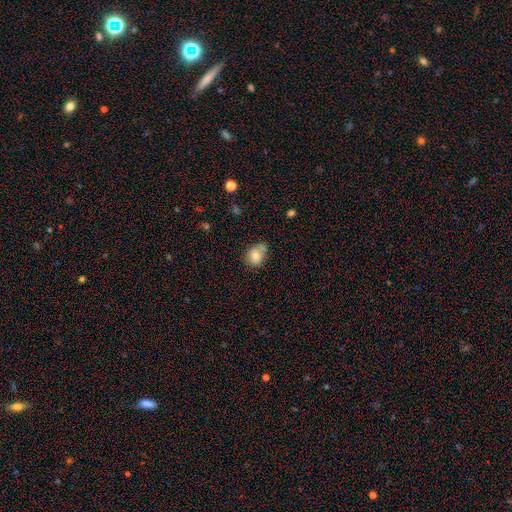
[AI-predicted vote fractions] Q: Smooth or featured?
A: smooth (78%); runner-up: featured or disk (12%)
Q: How rounded?
A: in between (55%); runner-up: round (44%)
Q: Merging?
A: none (51%); runner-up: minor disturbance (29%)